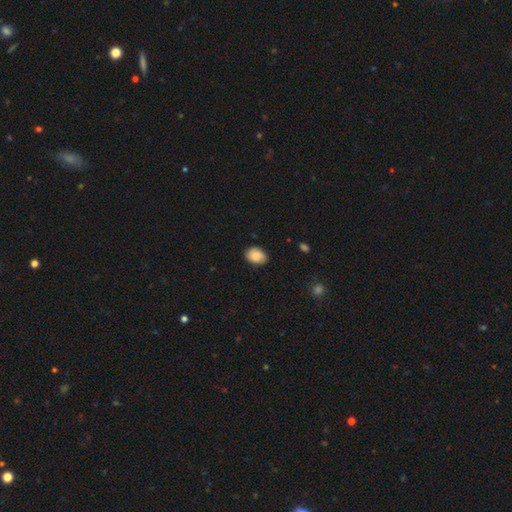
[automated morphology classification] This appears to be a smooth galaxy with no disk features (85%) that is in between round and cigar-shaped (70%). Merging: none (80%).